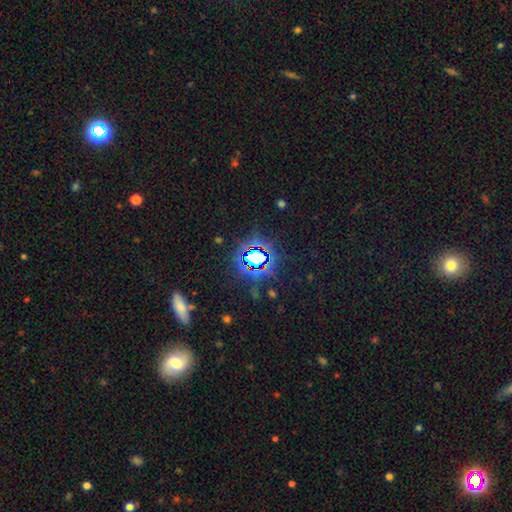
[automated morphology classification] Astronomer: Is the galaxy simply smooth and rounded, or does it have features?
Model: star or artifact — 73%.